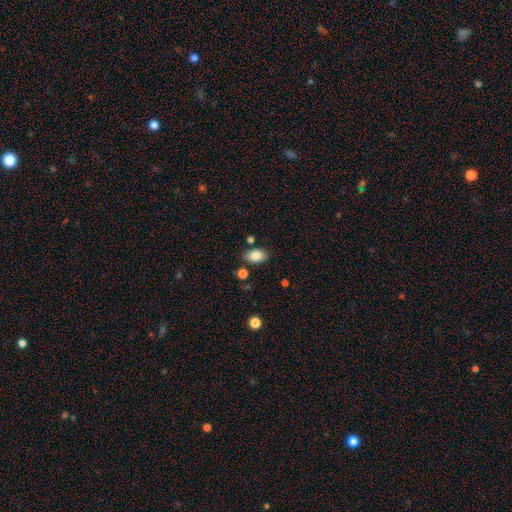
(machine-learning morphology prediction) Smooth or featured? Predicted: smooth (p=0.83). How rounded? Predicted: in between (p=0.88). Merging? Predicted: none (p=0.82).